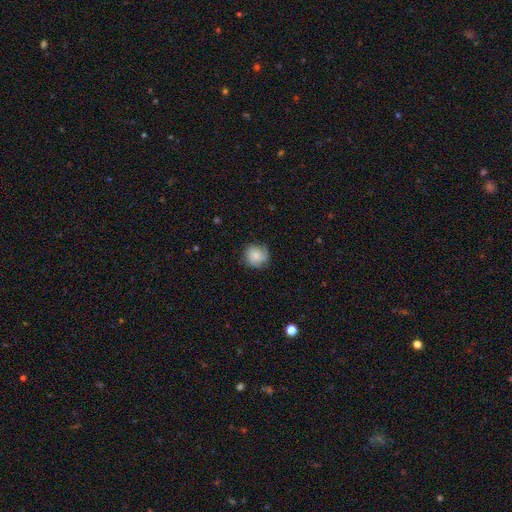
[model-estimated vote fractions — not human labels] The model was most divided on "smooth or featured": smooth: 59%, featured or disk: 33%, star or artifact: 8%. More confident: how rounded — round (87%); merging — none (77%).